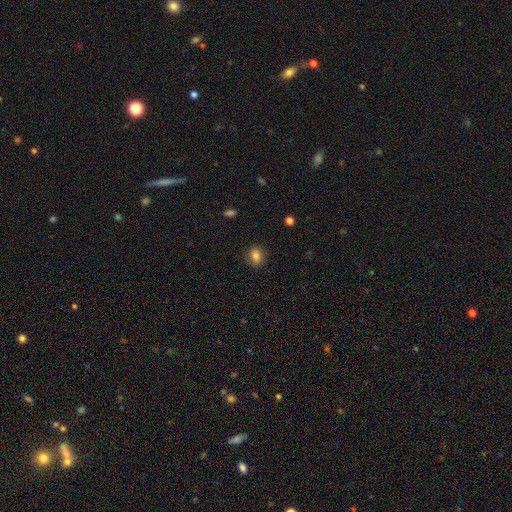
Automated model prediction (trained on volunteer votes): Smooth or featured?
  - smooth: 80% *
  - star or artifact: 11%
  - featured or disk: 9%
How rounded?
  - in between: 55% *
  - round: 43%
  - cigar-shaped: 2%
Merging?
  - none: 82% *
  - minor disturbance: 14%
  - major disturbance: 4%
  - merger: 1%